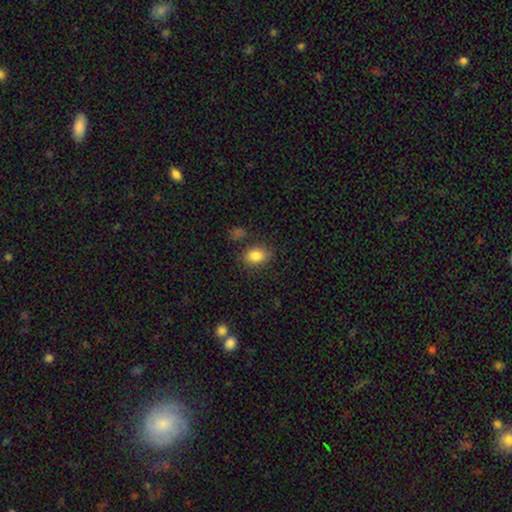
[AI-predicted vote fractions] Morphology: type=smooth (84%); roundness=in between (75%); merging=none (78%).